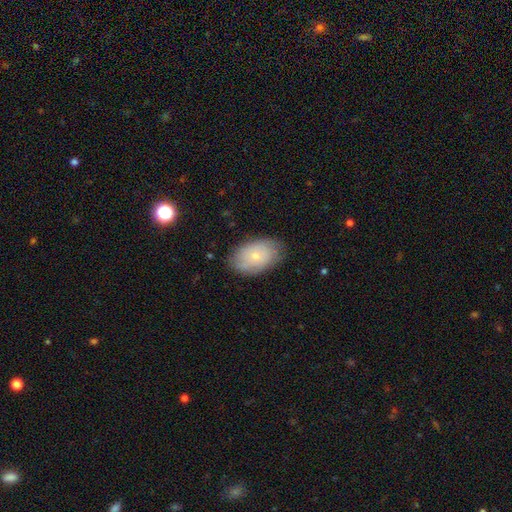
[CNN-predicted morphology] This appears to be a smooth galaxy with no disk features (57%) that is in between round and cigar-shaped (89%). Merging: none (77%).